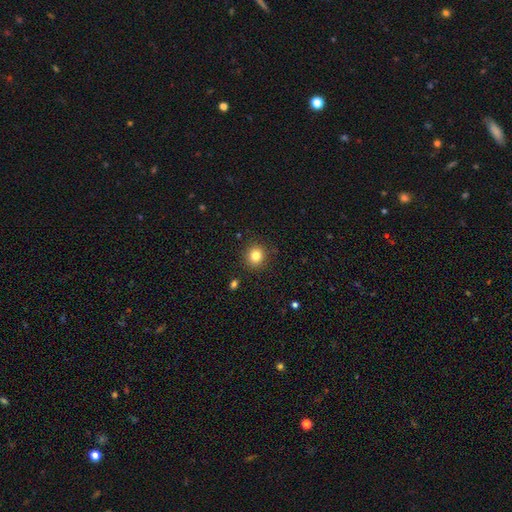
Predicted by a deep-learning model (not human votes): Smooth or featured: smooth — 81% (star or artifact — 12%)
How rounded: round — 89% (in between — 10%)
Merging: none — 90% (minor disturbance — 6%)